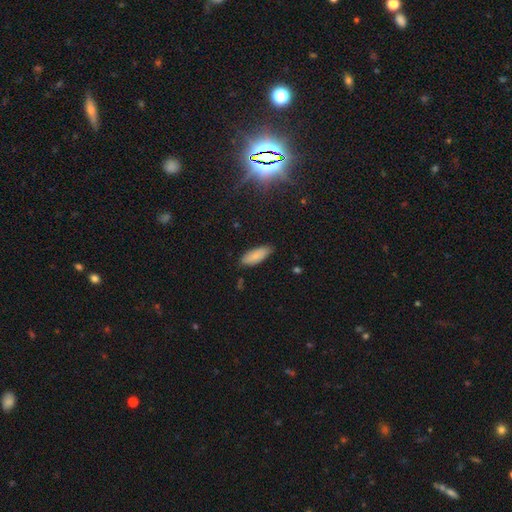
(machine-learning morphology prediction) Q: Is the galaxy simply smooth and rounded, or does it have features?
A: smooth — 86%.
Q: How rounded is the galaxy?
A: in between — 77%.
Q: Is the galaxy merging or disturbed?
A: none — 80%.